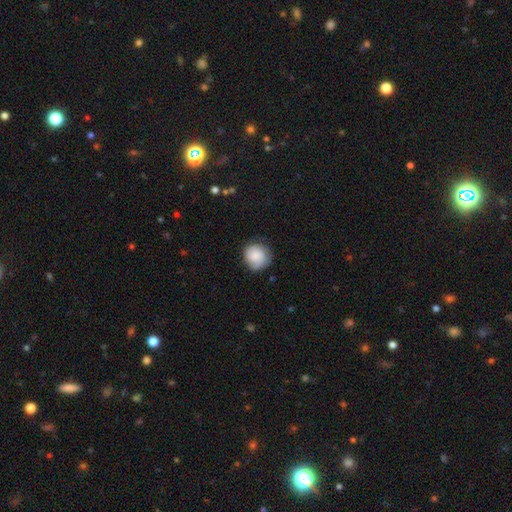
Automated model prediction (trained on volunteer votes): This is likely a smooth galaxy (77%). How rounded: clearly round (88%). Merging: likely none (73%).